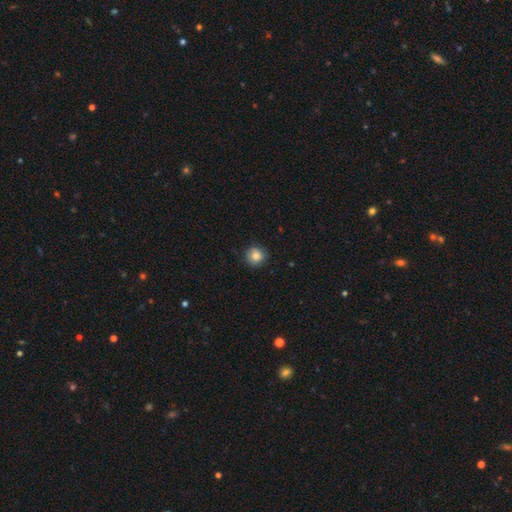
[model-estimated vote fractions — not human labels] Smooth or featured?
  - smooth: 84% *
  - star or artifact: 10%
  - featured or disk: 7%
How rounded?
  - round: 93% *
  - in between: 6%
  - cigar-shaped: 1%
Merging?
  - none: 87% *
  - minor disturbance: 10%
  - major disturbance: 2%
  - merger: 1%